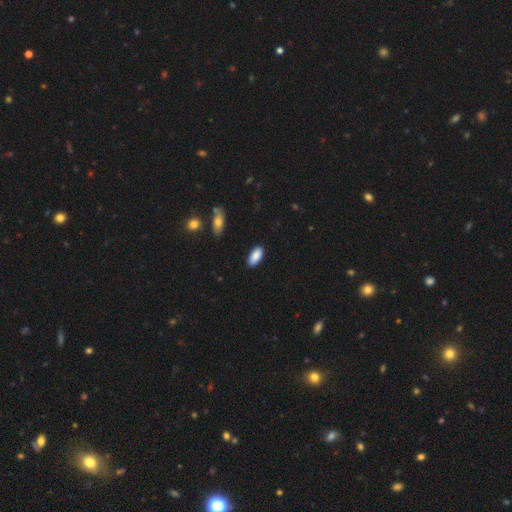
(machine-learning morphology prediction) The model was most divided on "merging": none: 87%, minor disturbance: 9%, major disturbance: 2%, merger: 1%. More confident: smooth or featured — smooth (89%); how rounded — in between (89%).